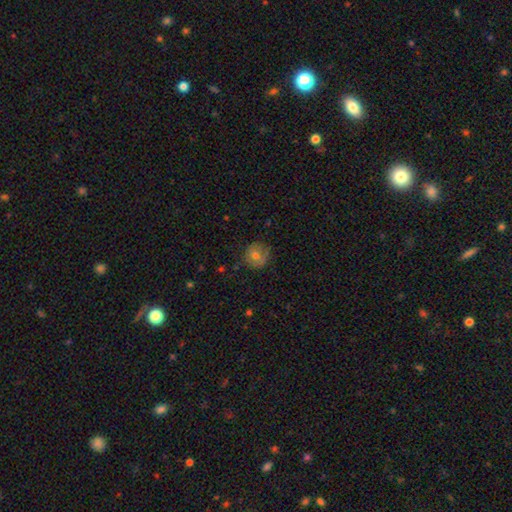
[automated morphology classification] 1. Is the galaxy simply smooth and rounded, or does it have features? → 68% smooth, 23% featured or disk, 10% star or artifact.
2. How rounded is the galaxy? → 87% round, 12% in between, 1% cigar-shaped.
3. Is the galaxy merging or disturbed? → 77% none, 17% minor disturbance, 5% major disturbance, 1% merger.